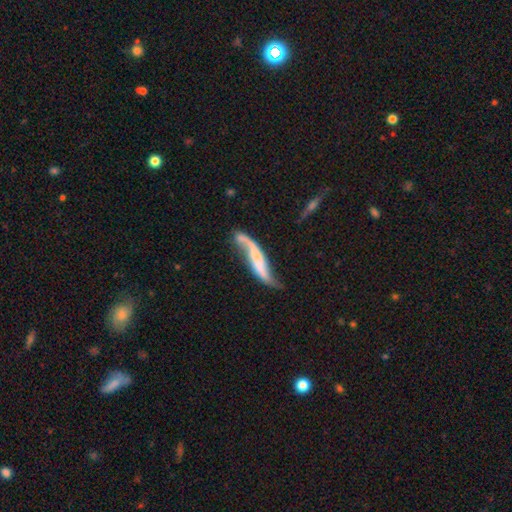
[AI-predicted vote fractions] Smooth or featured? Predicted: featured or disk (p=0.73). Edge-on disk? Predicted: no (p=0.72). Bar? Predicted: no (p=0.46). Spiral arms? Predicted: yes (p=0.87). Bulge size? Predicted: none (p=0.54). Merging? Predicted: none (p=0.48).